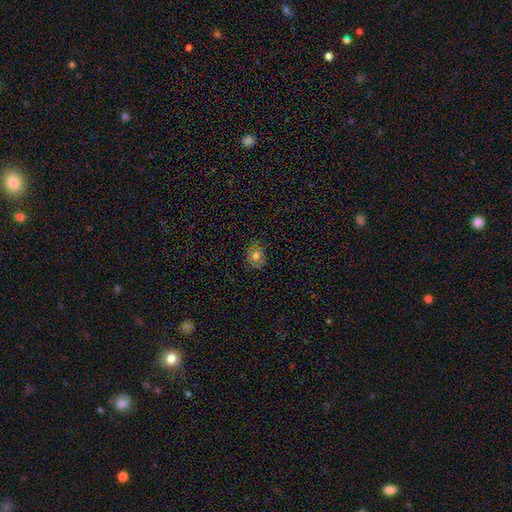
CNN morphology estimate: This is likely a smooth galaxy (74%). How rounded: likely round (63%). Merging: likely none (76%).